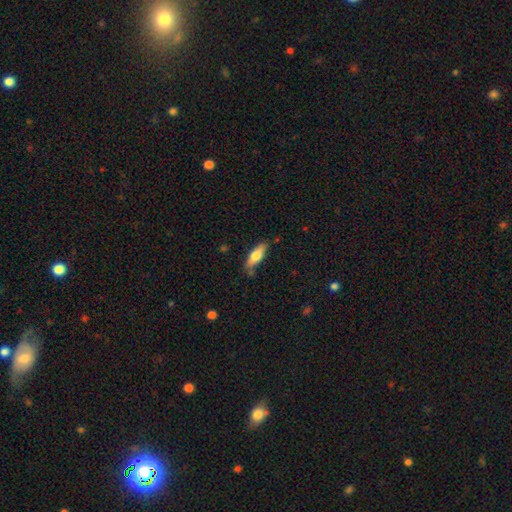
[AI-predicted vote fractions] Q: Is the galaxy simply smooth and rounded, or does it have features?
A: smooth — 69%.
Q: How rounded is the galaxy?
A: in between — 56%.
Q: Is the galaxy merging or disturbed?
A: none — 72%.